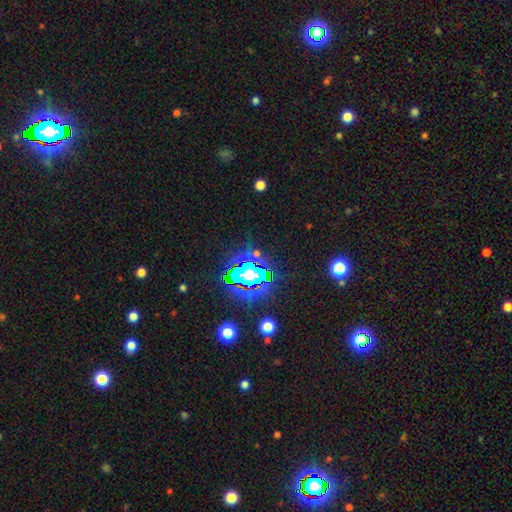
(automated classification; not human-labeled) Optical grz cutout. It shows a star or artifact, not a galaxy (69%).